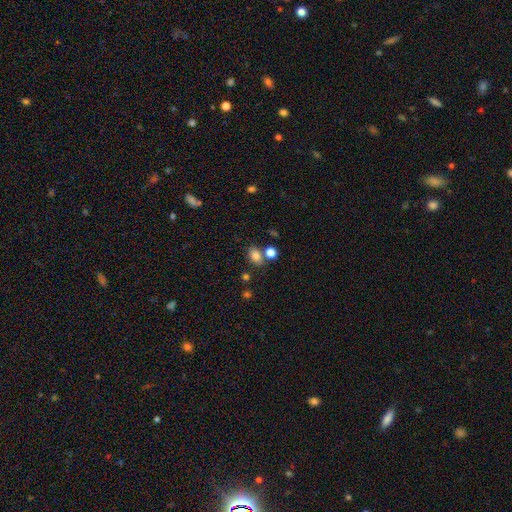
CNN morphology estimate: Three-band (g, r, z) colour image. It shows a smooth galaxy with no disk features (81%) that is in between round and cigar-shaped (73%). Merging: none (61%).